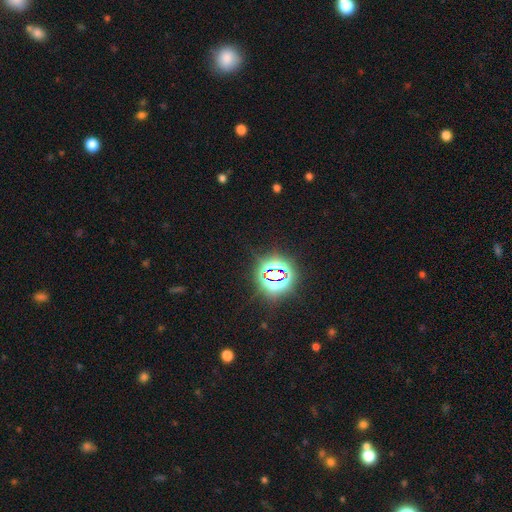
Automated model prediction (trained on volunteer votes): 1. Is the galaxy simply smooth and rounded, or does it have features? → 82% star or artifact, 11% smooth, 7% featured or disk.